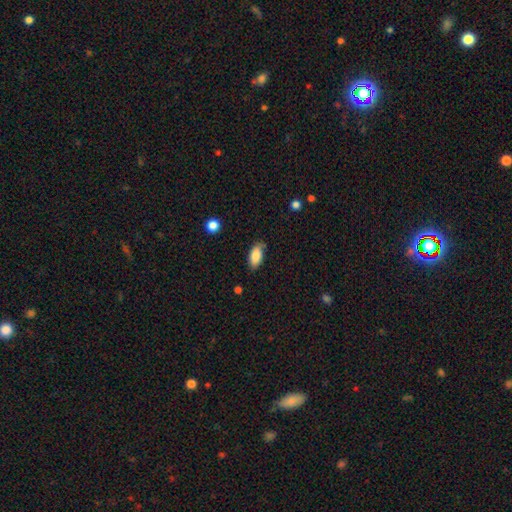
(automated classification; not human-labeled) Smooth or featured? smooth (83%)
How rounded? in between (91%)
Merging? none (73%)